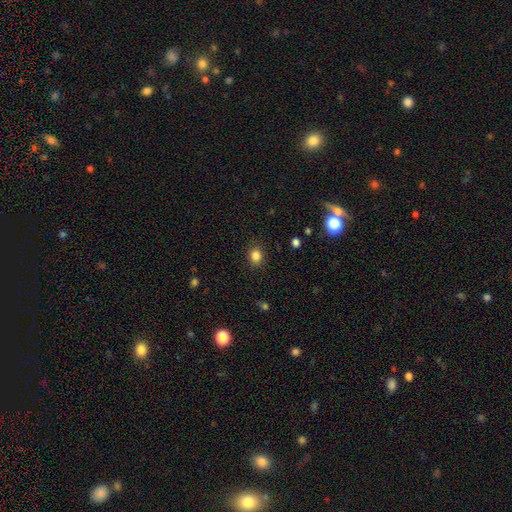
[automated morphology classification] Overall: smooth (84%). How rounded: round (60%; in between 39%). Merging: none (88%).